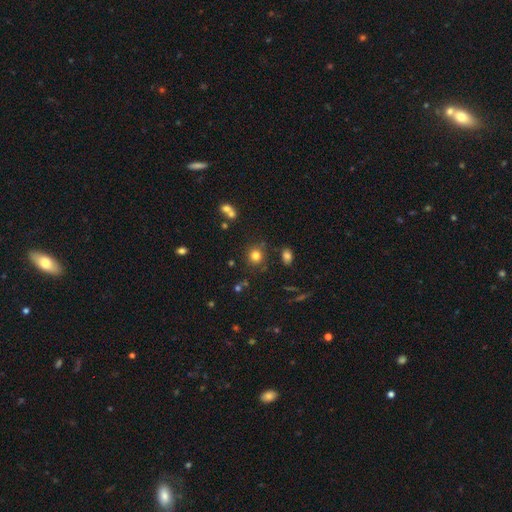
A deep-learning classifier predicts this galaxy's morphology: Smooth or featured? Predicted: smooth (p=0.79). How rounded? Predicted: round (p=0.86). Merging? Predicted: none (p=0.79).